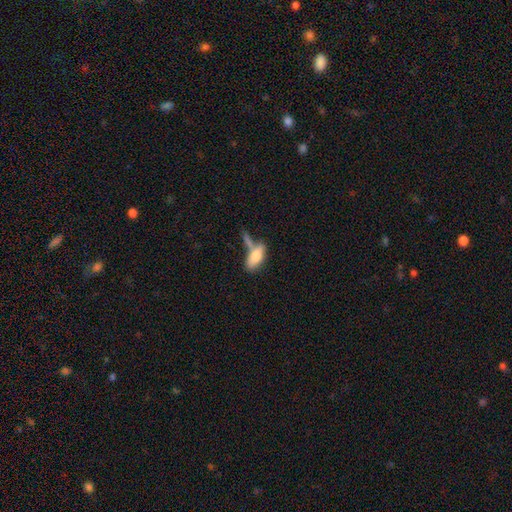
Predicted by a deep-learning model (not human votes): This appears to be a smooth galaxy with no disk features (69%) that is in between round and cigar-shaped (79%). Merging: none (35%).